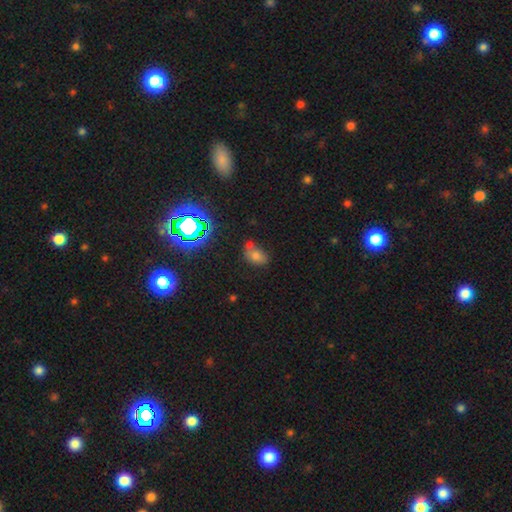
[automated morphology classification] smooth 63%, star or artifact 23%, featured or disk 13%. Down the decision tree: how rounded — in between (77%); merging — none (45%).